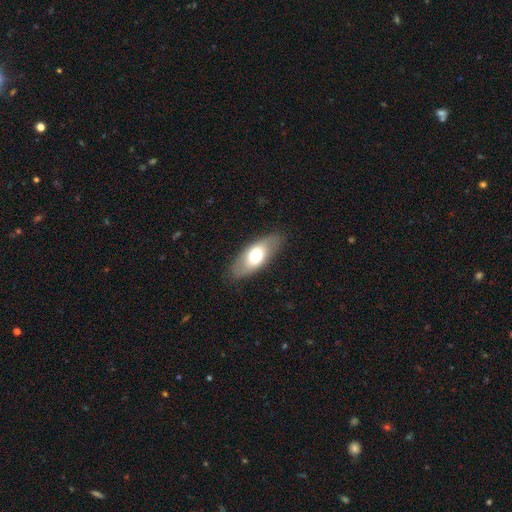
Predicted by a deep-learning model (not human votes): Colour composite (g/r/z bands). It shows a smooth galaxy with no disk features (59%) that is in between round and cigar-shaped (84%). Merging: none (83%).